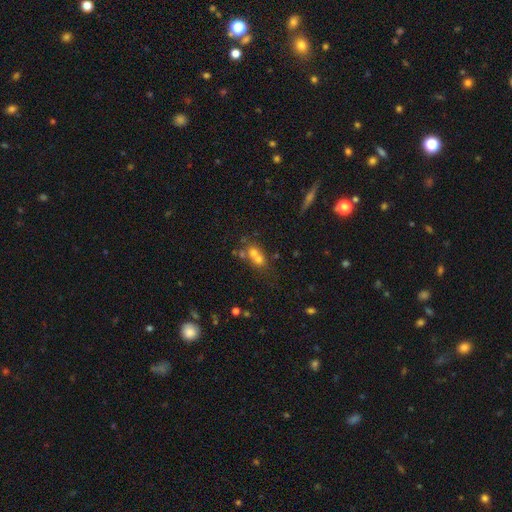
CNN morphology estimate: Smooth or featured: smooth — 58% (featured or disk — 24%)
How rounded: round — 70% (in between — 28%)
Merging: merger — 60% (none — 29%)